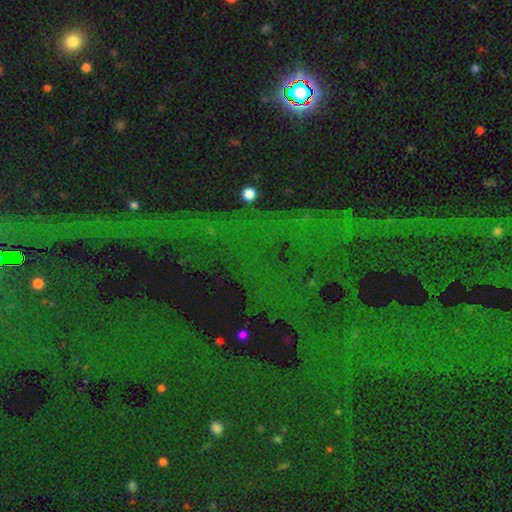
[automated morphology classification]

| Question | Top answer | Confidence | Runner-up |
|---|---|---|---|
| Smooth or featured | star or artifact | 83% | featured or disk (9%) |